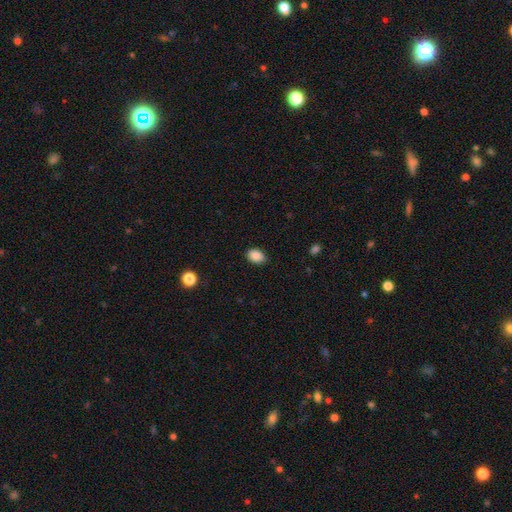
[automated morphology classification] This is clearly a smooth galaxy (88%). How rounded: likely in between (72%). Merging: clearly none (86%).